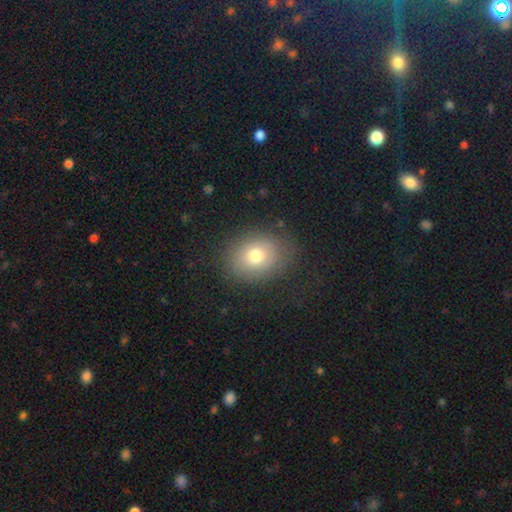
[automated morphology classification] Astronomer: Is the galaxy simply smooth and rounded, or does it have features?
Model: smooth — 74%.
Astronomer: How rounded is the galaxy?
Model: round — 50% (runner-up: in between, 49%).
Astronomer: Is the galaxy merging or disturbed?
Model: none — 80%.